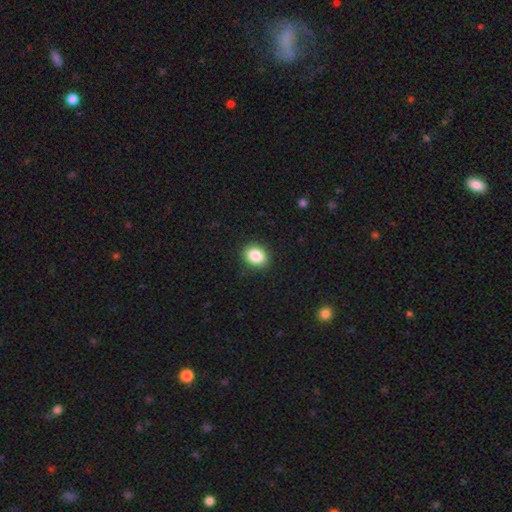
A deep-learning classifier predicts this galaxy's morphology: smooth_or_featured: smooth (p=0.85) [alt: star or artifact p=0.09]
how_rounded: round (p=0.56) [alt: in between p=0.43]
merging: none (p=0.89) [alt: minor disturbance p=0.08]